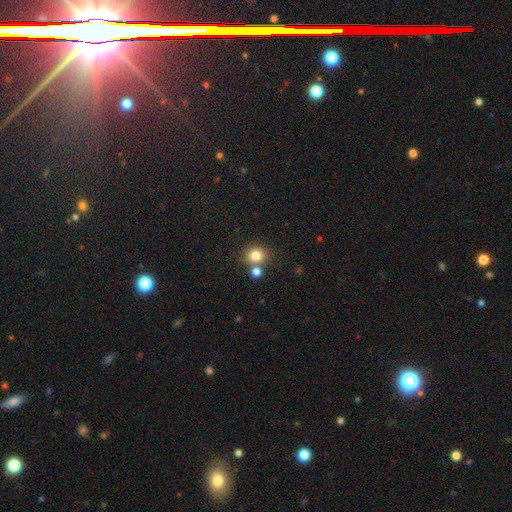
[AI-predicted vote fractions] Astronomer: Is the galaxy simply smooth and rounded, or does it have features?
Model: smooth — 81%.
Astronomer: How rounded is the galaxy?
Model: round — 82%.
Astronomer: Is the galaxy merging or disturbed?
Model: none — 66%.